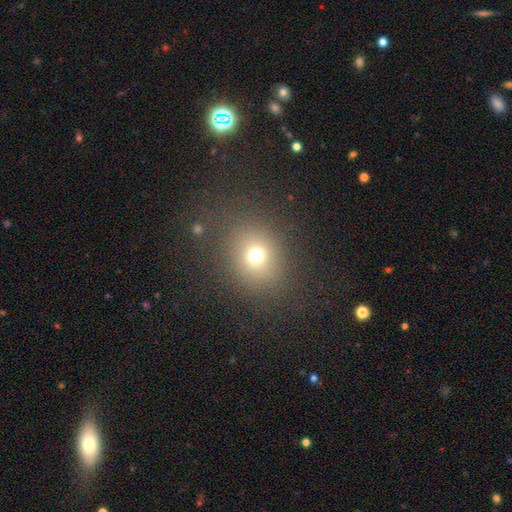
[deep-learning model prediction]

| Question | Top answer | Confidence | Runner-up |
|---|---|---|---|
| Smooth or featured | smooth | 70% | star or artifact (19%) |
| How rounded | round | 67% | in between (32%) |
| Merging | none | 78% | minor disturbance (11%) |